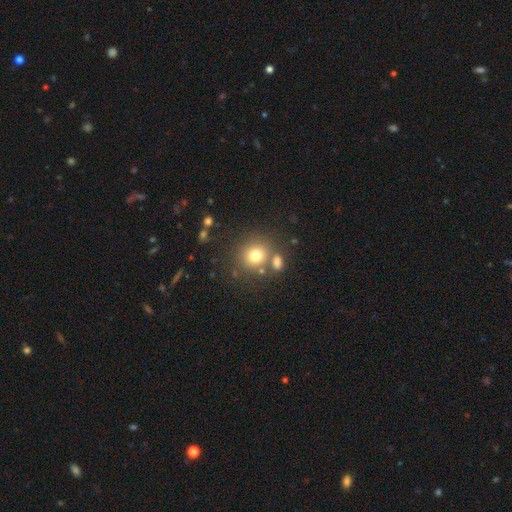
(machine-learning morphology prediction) Smooth or featured? Predicted: smooth (p=0.75). How rounded? Predicted: round (p=0.84). Merging? Predicted: none (p=0.69).